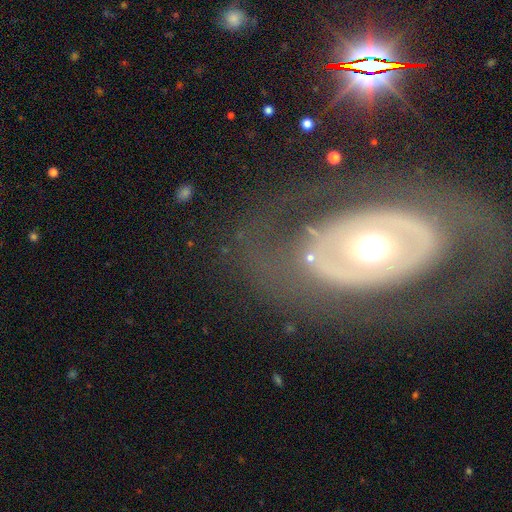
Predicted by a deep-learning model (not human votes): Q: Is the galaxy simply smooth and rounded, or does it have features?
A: featured or disk — 72%.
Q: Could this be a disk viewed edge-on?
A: no — 92%.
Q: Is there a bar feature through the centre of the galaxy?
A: no — 81%.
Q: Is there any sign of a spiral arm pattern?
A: no — 66%.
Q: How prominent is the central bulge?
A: moderate — 66%.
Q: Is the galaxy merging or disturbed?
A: none — 74%.